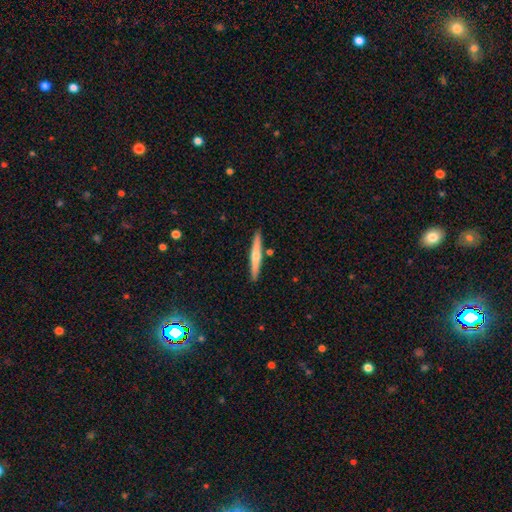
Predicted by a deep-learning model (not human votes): featured or disk 48%, smooth 46%, star or artifact 6%. Down the decision tree: merging — none (89%).